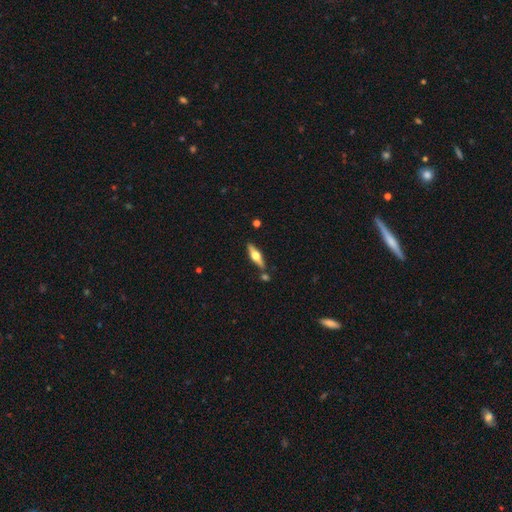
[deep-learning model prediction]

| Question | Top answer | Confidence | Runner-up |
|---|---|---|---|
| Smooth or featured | featured or disk | 64% | smooth (31%) |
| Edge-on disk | yes | 95% | no (5%) |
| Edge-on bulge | rounded | 95% | boxy (4%) |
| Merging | none | 78% | minor disturbance (11%) |